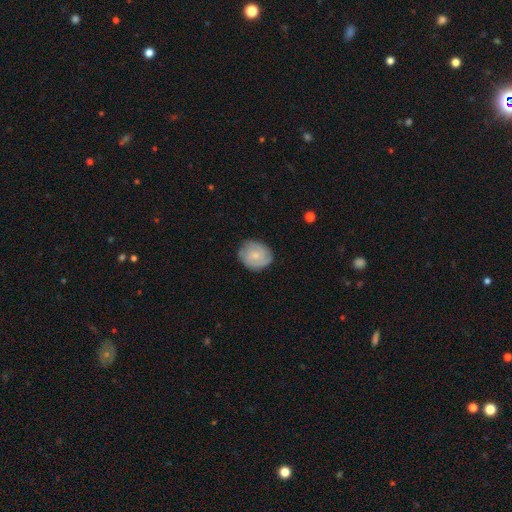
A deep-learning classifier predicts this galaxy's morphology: Smooth or featured: featured or disk — 49% (smooth — 45%)
Merging: none — 79% (minor disturbance — 16%)